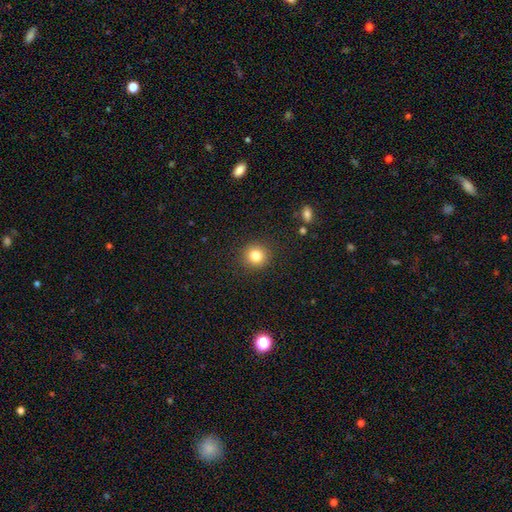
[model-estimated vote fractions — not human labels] smooth-or-featured: smooth: 82% | star or artifact: 11% | featured or disk: 6%
  how-rounded: round: 91% | in between: 8% | cigar-shaped: 1%
  merging: none: 90% | minor disturbance: 6% | major disturbance: 2% | merger: 1%